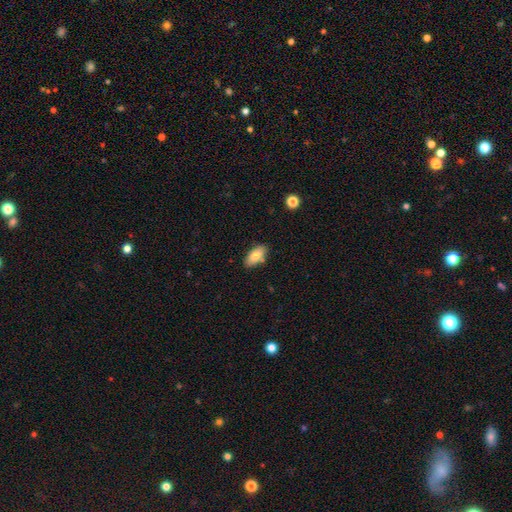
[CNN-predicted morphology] Smooth or featured? smooth (82%)
How rounded? in between (89%)
Merging? none (82%)